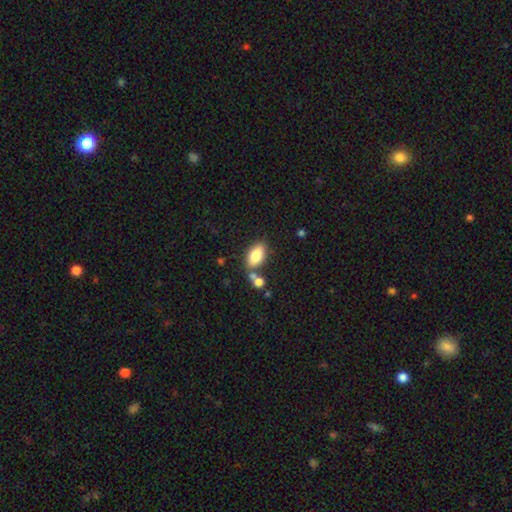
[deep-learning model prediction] Q: Smooth or featured?
A: smooth (81%); runner-up: featured or disk (11%)
Q: How rounded?
A: in between (91%); runner-up: cigar-shaped (5%)
Q: Merging?
A: none (65%); runner-up: merger (18%)